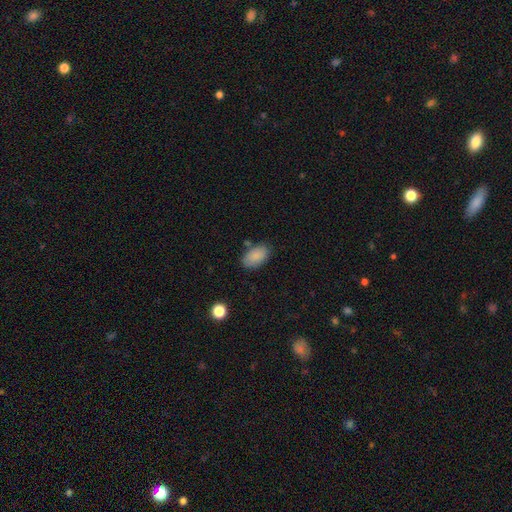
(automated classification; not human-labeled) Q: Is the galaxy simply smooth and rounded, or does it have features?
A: smooth — 87%.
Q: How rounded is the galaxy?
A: in between — 93%.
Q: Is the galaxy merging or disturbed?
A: none — 77%.